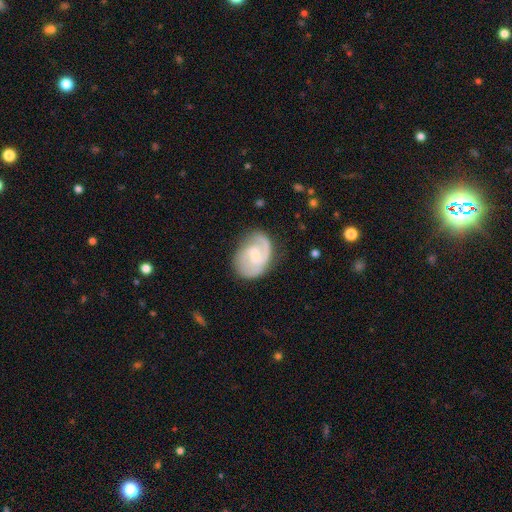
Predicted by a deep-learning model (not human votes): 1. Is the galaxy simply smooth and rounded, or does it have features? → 80% featured or disk, 15% smooth, 5% star or artifact.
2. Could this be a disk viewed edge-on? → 98% no, 2% yes.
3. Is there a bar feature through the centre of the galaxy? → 51% weak, 40% no, 9% strong.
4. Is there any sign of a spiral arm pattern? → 96% yes, 4% no.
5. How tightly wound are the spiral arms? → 45% medium, 42% tight, 13% loose.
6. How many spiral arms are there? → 71% 2, 13% 1, 9% can't tell, 5% 3, 1% 4, 1% more than 4.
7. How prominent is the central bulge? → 49% small, 31% moderate, 15% none, 4% large, 1% dominant.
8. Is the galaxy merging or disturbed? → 74% none, 18% minor disturbance, 7% major disturbance, 1% merger.